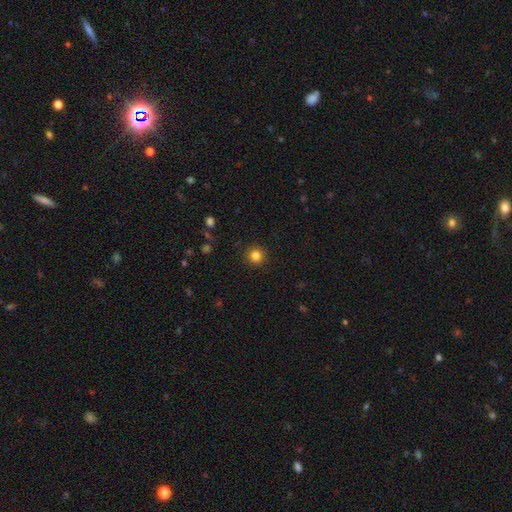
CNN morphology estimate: This is clearly a smooth galaxy (83%). How rounded: clearly round (95%). Merging: clearly none (91%).